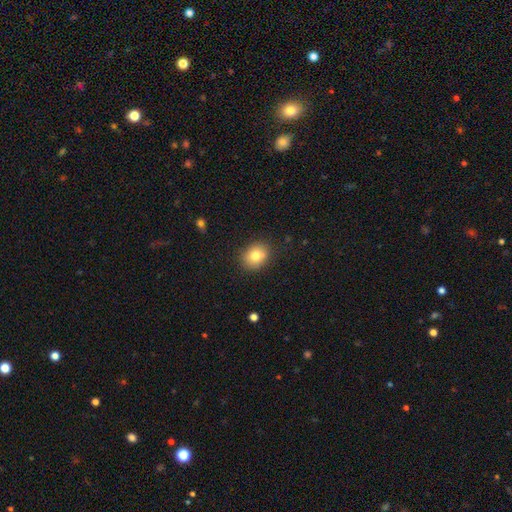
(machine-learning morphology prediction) This is likely a smooth galaxy (79%). How rounded: possibly round (57%). Merging: clearly none (85%).